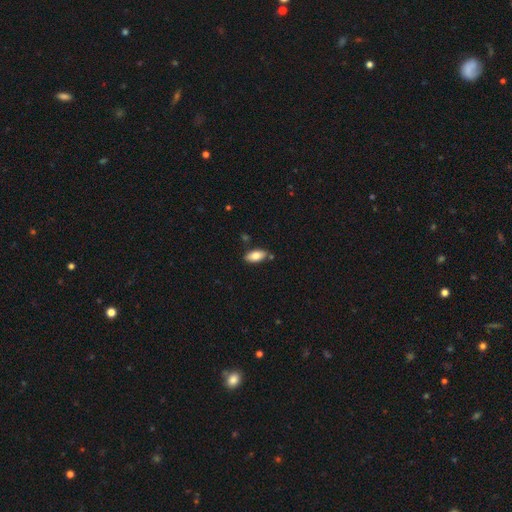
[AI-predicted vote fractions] Smooth or featured: smooth — 81% (featured or disk — 13%)
How rounded: in between — 90% (cigar-shaped — 8%)
Merging: none — 82% (minor disturbance — 12%)